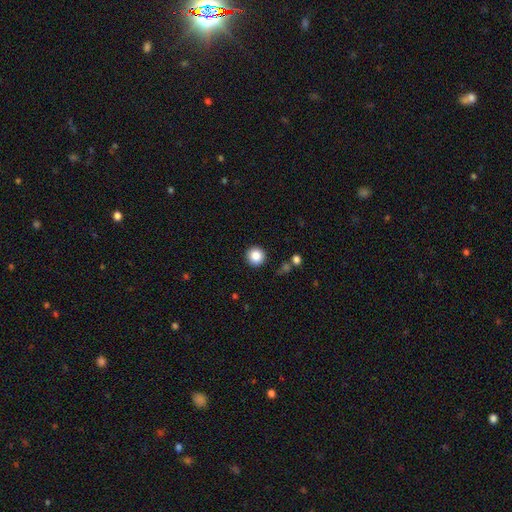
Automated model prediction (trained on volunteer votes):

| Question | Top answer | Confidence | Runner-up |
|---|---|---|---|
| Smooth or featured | smooth | 86% | star or artifact (10%) |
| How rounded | round | 96% | in between (3%) |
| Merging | none | 91% | minor disturbance (5%) |